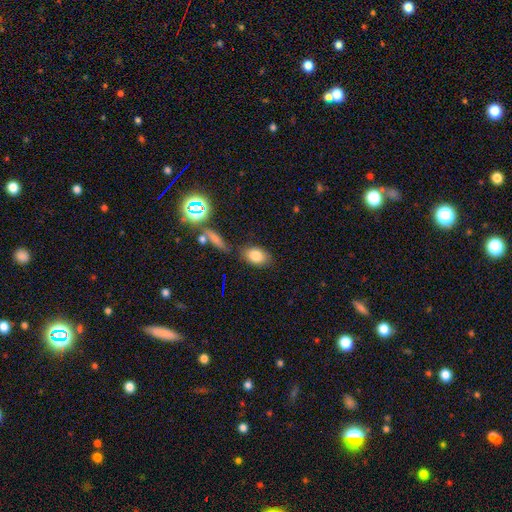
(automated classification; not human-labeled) Smooth or featured?
  - smooth: 79% *
  - star or artifact: 11%
  - featured or disk: 10%
How rounded?
  - in between: 82% *
  - round: 15%
  - cigar-shaped: 2%
Merging?
  - none: 75% *
  - minor disturbance: 13%
  - merger: 7%
  - major disturbance: 4%